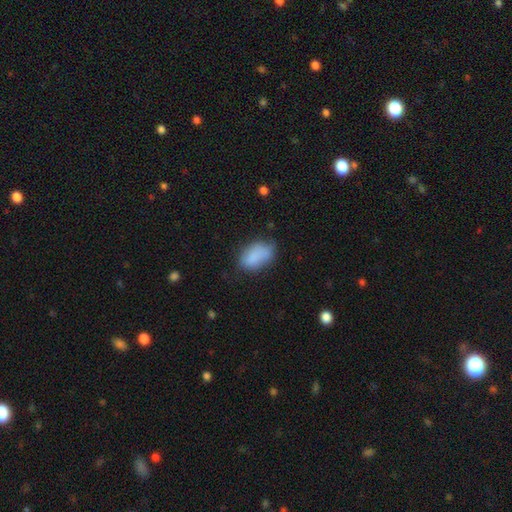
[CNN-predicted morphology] smooth 85%, star or artifact 8%, featured or disk 7%. Down the decision tree: how rounded — in between (91%); merging — none (62%).